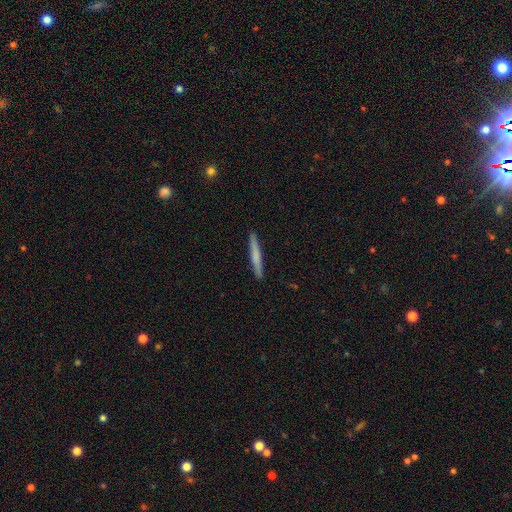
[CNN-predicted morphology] The model was most divided on "smooth or featured": smooth: 64%, featured or disk: 30%, star or artifact: 5%. More confident: how rounded — cigar-shaped (96%); merging — none (92%).